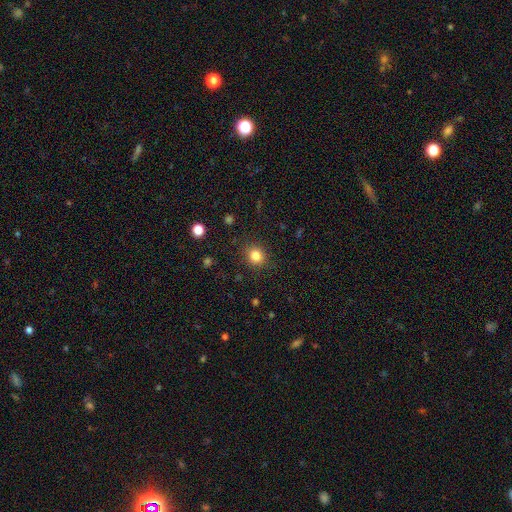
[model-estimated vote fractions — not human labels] Smooth or featured? smooth (83%)
How rounded? round (83%)
Merging? none (88%)